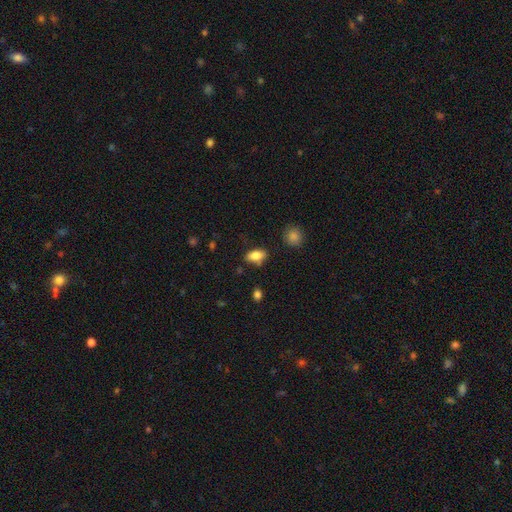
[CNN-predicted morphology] A smooth galaxy with no disk features (82%) that is in between round and cigar-shaped (89%). Merging: none (79%).